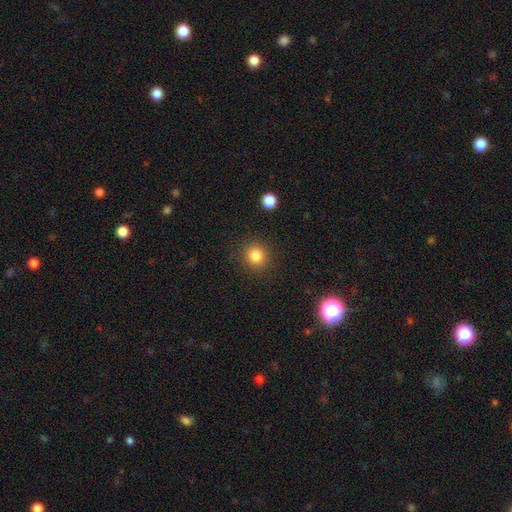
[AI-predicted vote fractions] The model was most divided on "smooth or featured": smooth: 83%, star or artifact: 11%, featured or disk: 5%. More confident: how rounded — round (90%); merging — none (89%).